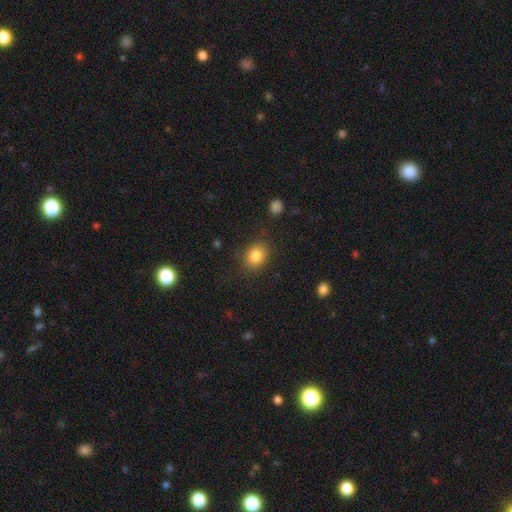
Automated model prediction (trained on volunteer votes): This is clearly a smooth galaxy (84%). How rounded: likely round (61%). Merging: clearly none (84%).